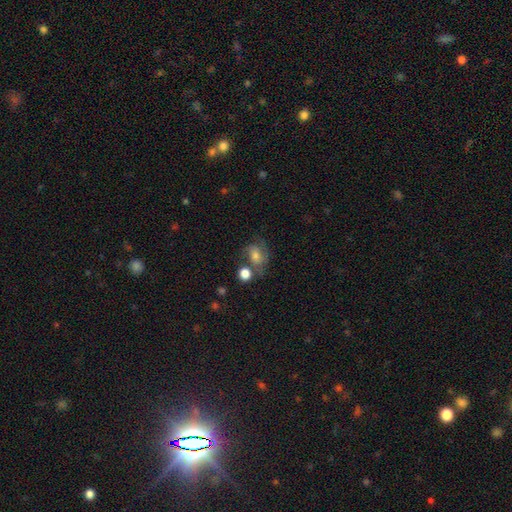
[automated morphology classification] Q: Smooth or featured?
A: featured or disk (45%); runner-up: smooth (41%)
Q: Merging?
A: none (52%); runner-up: minor disturbance (20%)